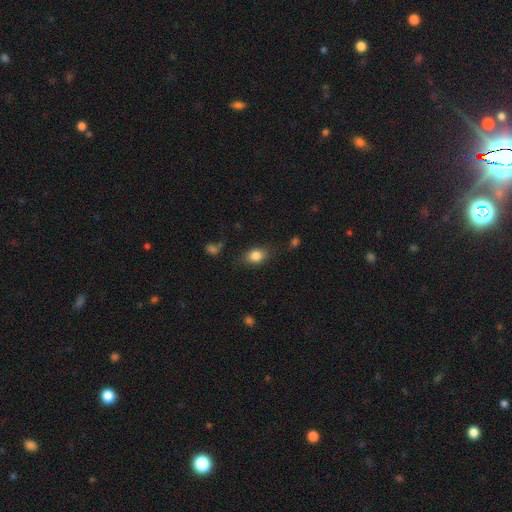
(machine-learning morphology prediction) This appears to be a smooth galaxy with no disk features (82%) that is in between round and cigar-shaped (71%). Merging: none (77%).